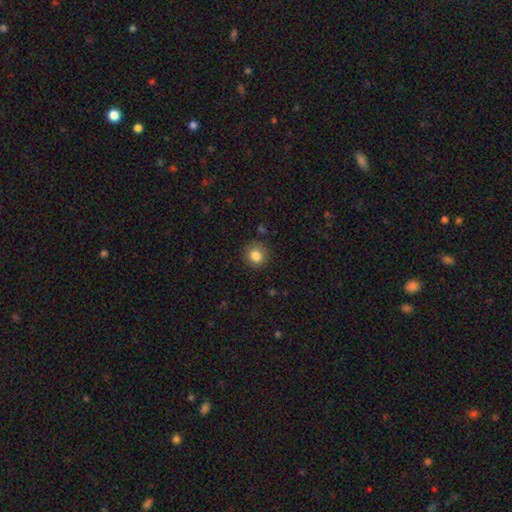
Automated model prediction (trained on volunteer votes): Smooth or featured: smooth — 83% (star or artifact — 10%)
How rounded: round — 86% (in between — 13%)
Merging: none — 88% (minor disturbance — 9%)